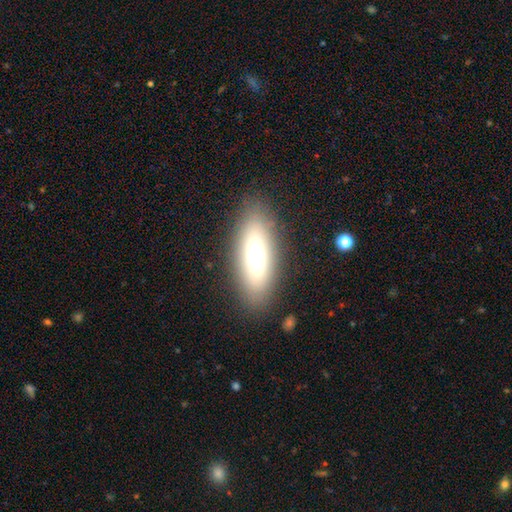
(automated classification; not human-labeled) smooth_or_featured: smooth (p=0.61) [alt: featured or disk p=0.31]
how_rounded: in between (p=0.59) [alt: cigar-shaped p=0.39]
merging: none (p=0.86) [alt: minor disturbance p=0.10]